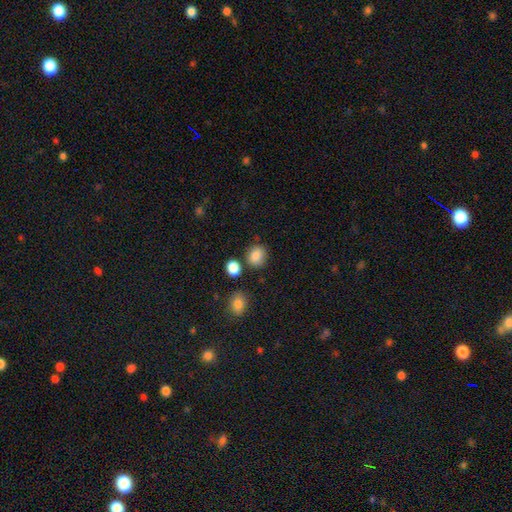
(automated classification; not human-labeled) smooth 85%, star or artifact 10%, featured or disk 5%. Down the decision tree: how rounded — round (70%); merging — none (78%).